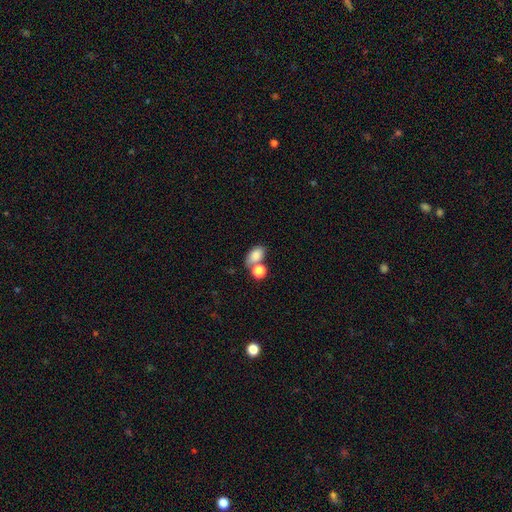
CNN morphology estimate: Smooth or featured? smooth (82%)
How rounded? in between (83%)
Merging? none (45%)